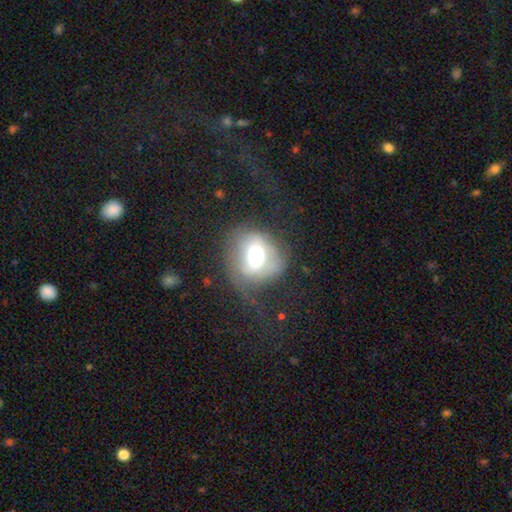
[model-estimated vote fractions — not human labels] Smooth or featured? smooth (55%)
How rounded? round (69%)
Merging? none (44%)